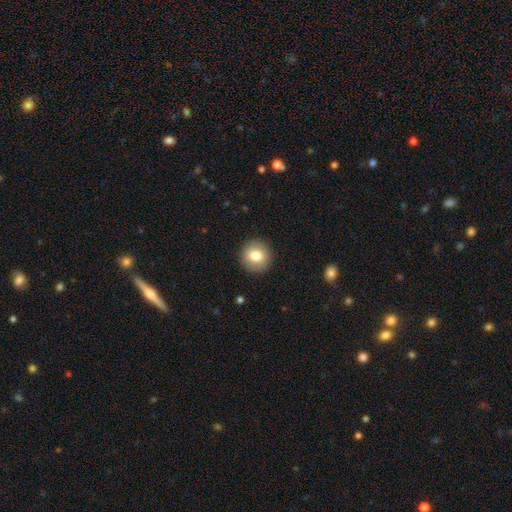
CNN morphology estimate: This appears to be a smooth galaxy with no disk features (79%) that is round (92%). Merging: none (92%).